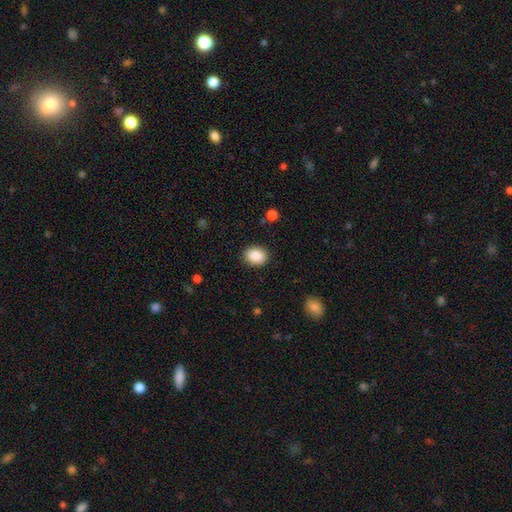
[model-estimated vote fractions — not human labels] Morphology: type=smooth (89%); roundness=in between (53%); merging=none (88%).